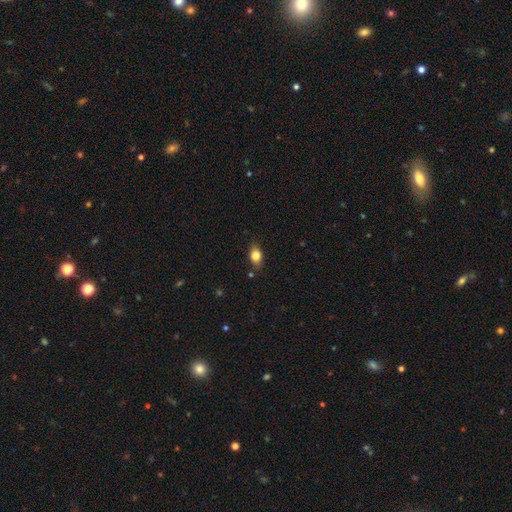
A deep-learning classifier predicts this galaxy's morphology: type=smooth (79%); roundness=in between (76%); merging=none (80%).